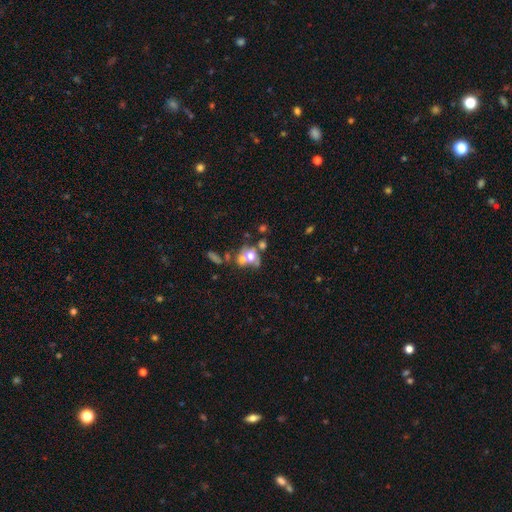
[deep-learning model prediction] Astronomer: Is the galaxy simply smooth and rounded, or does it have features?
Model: smooth — 44% (runner-up: star or artifact, 29%).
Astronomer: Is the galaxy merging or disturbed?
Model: merger — 39% (runner-up: none, 38%).